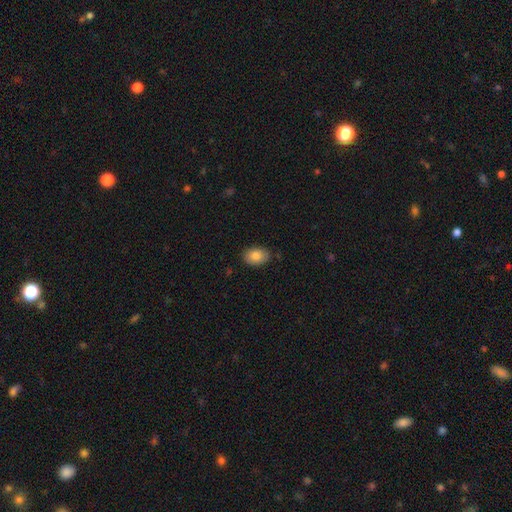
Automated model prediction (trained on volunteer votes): Smooth or featured?
  - smooth: 84% *
  - featured or disk: 8%
  - star or artifact: 7%
How rounded?
  - in between: 84% *
  - round: 15%
  - cigar-shaped: 1%
Merging?
  - none: 83% *
  - minor disturbance: 13%
  - major disturbance: 2%
  - merger: 1%